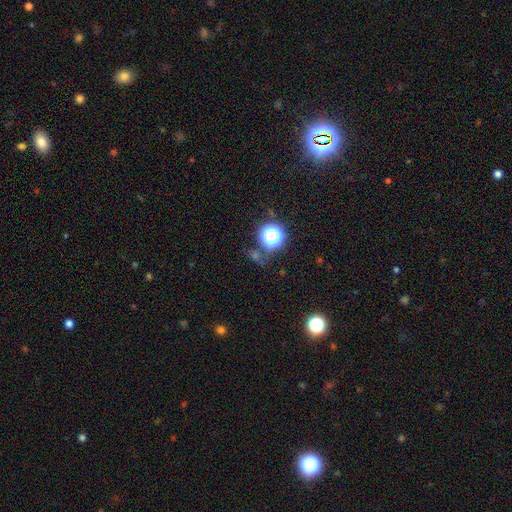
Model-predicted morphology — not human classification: Q: Smooth or featured?
A: star or artifact (58%); runner-up: smooth (32%)